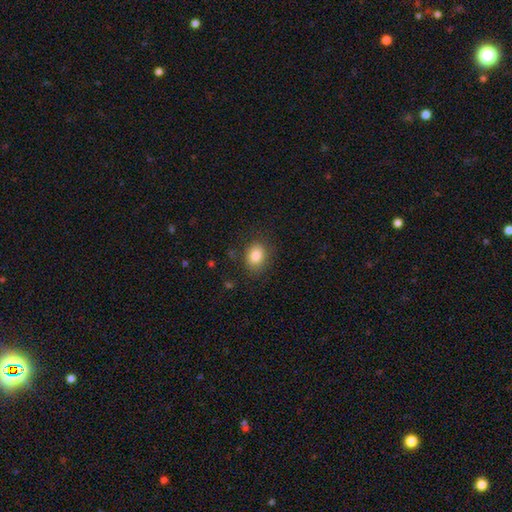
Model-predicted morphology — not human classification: A smooth galaxy with no disk features (84%) that is in between round and cigar-shaped (59%).

Vote fractions:
- Smooth or featured? smooth: 84% / star or artifact: 9% / featured or disk: 6%
- How rounded? in between: 59% / round: 40% / cigar-shaped: 1%
- Merging? none: 82% / minor disturbance: 13% / major disturbance: 4% / merger: 1%